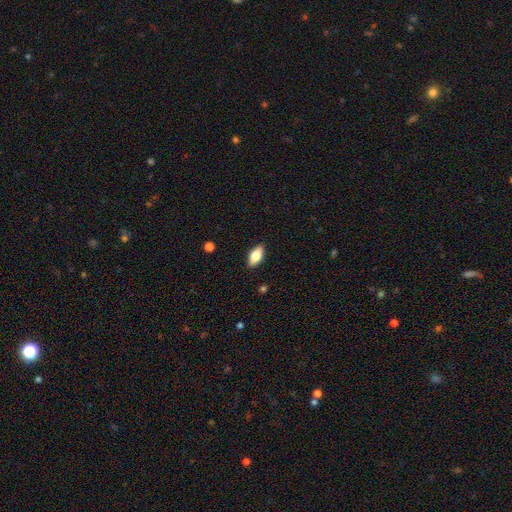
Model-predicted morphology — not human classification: Smooth or featured? smooth (74%)
How rounded? in between (87%)
Merging? none (89%)